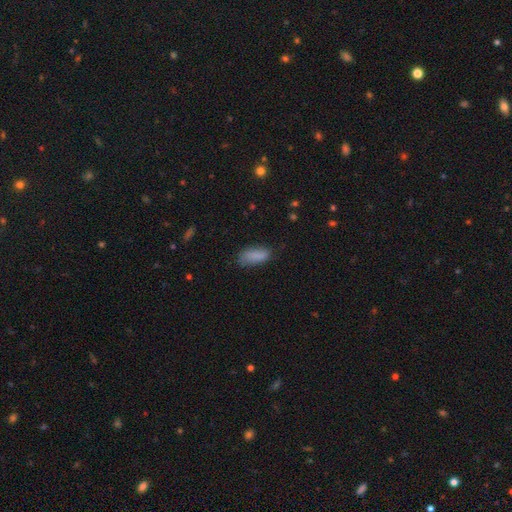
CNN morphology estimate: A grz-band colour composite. It shows a smooth galaxy with no disk features (85%) that is in between round and cigar-shaped (79%). Merging: none (70%).